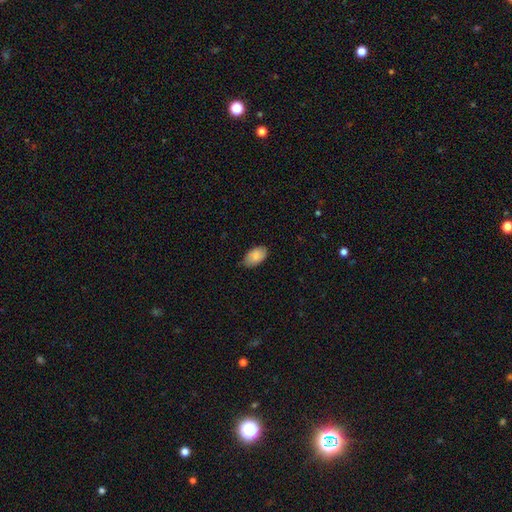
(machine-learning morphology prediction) Q: Smooth or featured?
A: smooth (84%); runner-up: featured or disk (10%)
Q: How rounded?
A: in between (94%); runner-up: round (4%)
Q: Merging?
A: none (76%); runner-up: minor disturbance (20%)